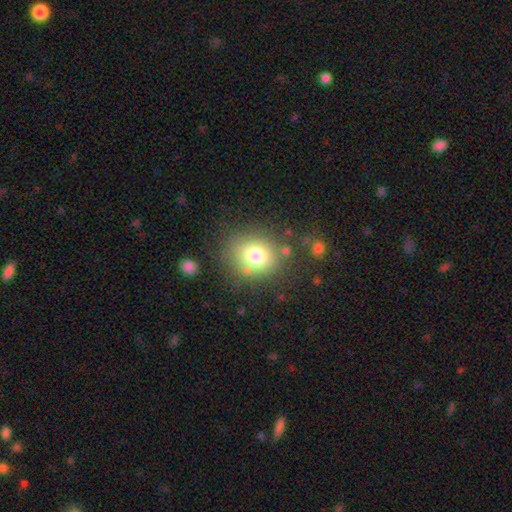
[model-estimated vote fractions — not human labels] Smooth or featured: smooth — 77% (featured or disk — 12%)
How rounded: round — 75% (in between — 24%)
Merging: none — 72% (minor disturbance — 15%)